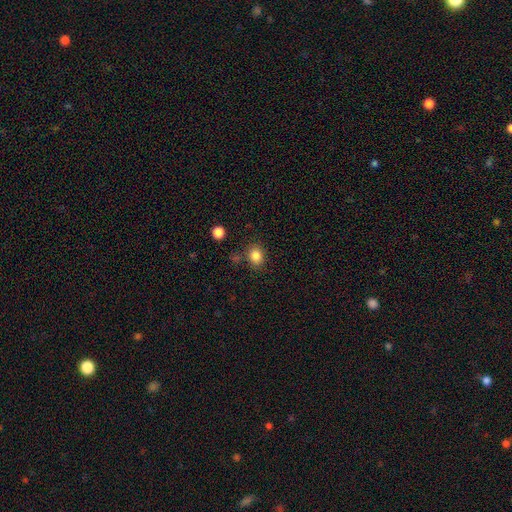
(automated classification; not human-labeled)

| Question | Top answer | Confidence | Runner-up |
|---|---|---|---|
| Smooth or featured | smooth | 85% | star or artifact (10%) |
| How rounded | round | 56% | in between (43%) |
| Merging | none | 80% | minor disturbance (11%) |